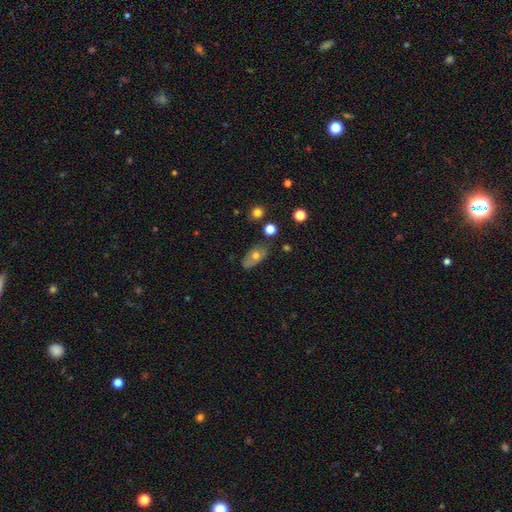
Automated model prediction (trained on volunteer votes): This appears to be a smooth galaxy with no disk features (63%) that is in between round and cigar-shaped (85%). Merging: none (68%).